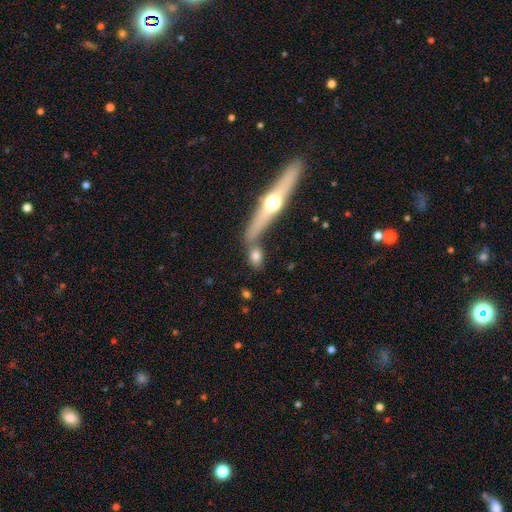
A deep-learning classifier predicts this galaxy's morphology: Smooth or featured? smooth (70%)
How rounded? in between (65%)
Merging? none (57%)